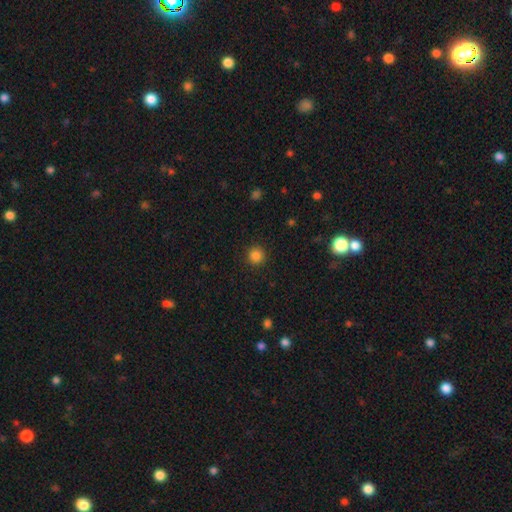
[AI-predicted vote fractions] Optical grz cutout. It shows a smooth galaxy with no disk features (85%) that is round (94%). Merging: none (91%).